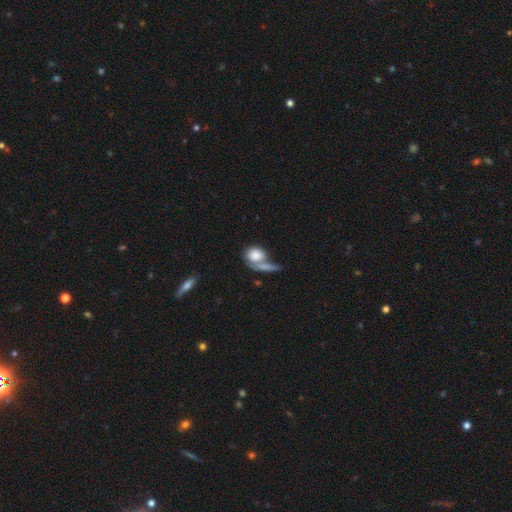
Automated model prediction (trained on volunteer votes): The model was most divided on "merging": merger: 43%, none: 37%, minor disturbance: 11%, major disturbance: 9%. More confident: smooth or featured — smooth (78%); how rounded — round (59%).